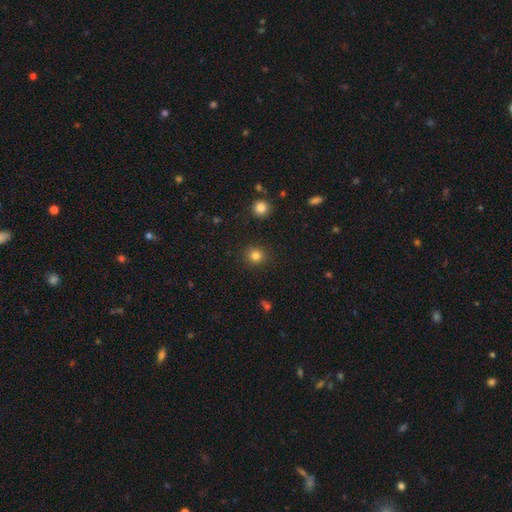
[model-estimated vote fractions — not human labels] Smooth or featured: smooth — 83% (star or artifact — 12%)
How rounded: round — 89% (in between — 10%)
Merging: none — 90% (minor disturbance — 6%)